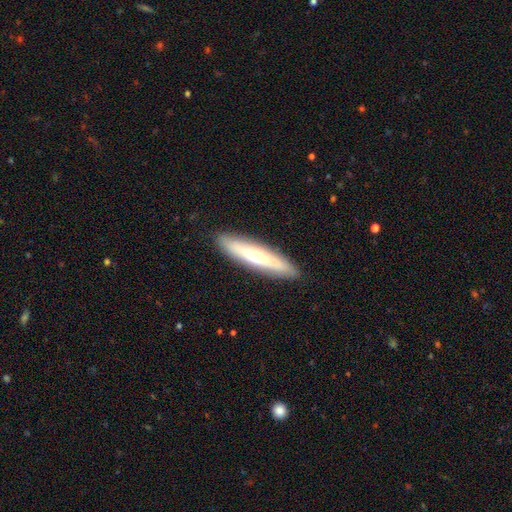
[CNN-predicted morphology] smooth_or_featured: smooth (p=0.52) [alt: featured or disk p=0.41]
how_rounded: cigar-shaped (p=0.86) [alt: in between p=0.13]
merging: none (p=0.89) [alt: minor disturbance p=0.08]